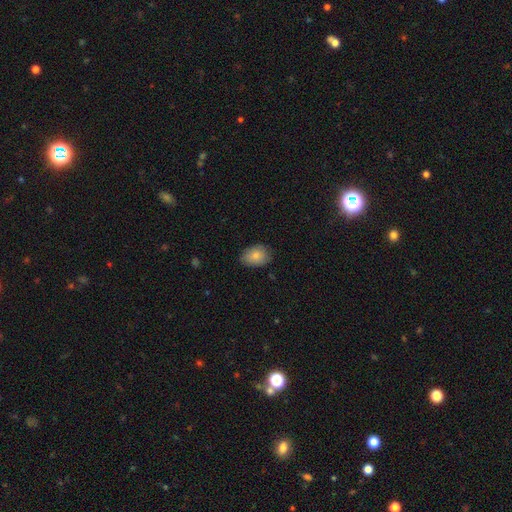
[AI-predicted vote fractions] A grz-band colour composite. It shows a smooth galaxy with no disk features (83%) that is in between round and cigar-shaped (77%). Merging: none (78%).